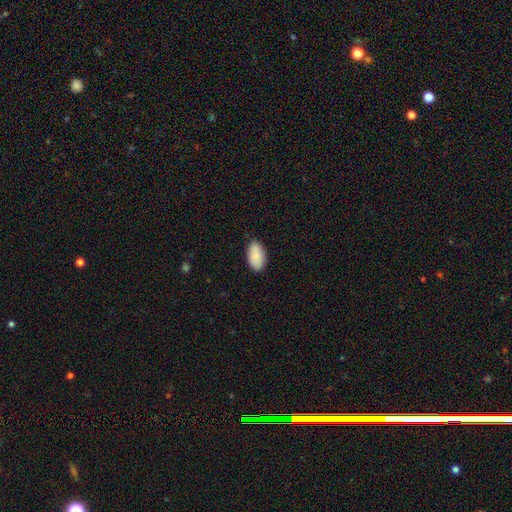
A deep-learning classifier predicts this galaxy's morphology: Smooth or featured: smooth — 88% (star or artifact — 6%)
How rounded: in between — 95% (round — 3%)
Merging: none — 84% (minor disturbance — 13%)